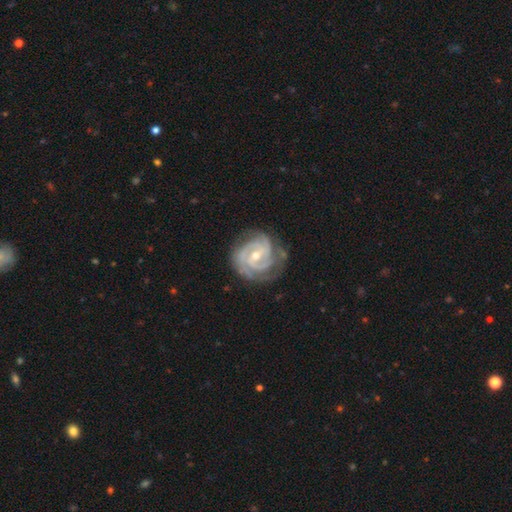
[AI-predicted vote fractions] Smooth or featured: featured or disk — 91% (smooth — 5%)
Edge-on disk: no — 98% (yes — 2%)
Bar: weak — 46% (no — 34%)
Spiral arms: yes — 98% (no — 2%)
Spiral winding: tight — 72% (medium — 25%)
Spiral arm count: 3 — 37% (2 — 30%)
Bulge size: moderate — 51% (small — 46%)
Merging: none — 73% (minor disturbance — 19%)